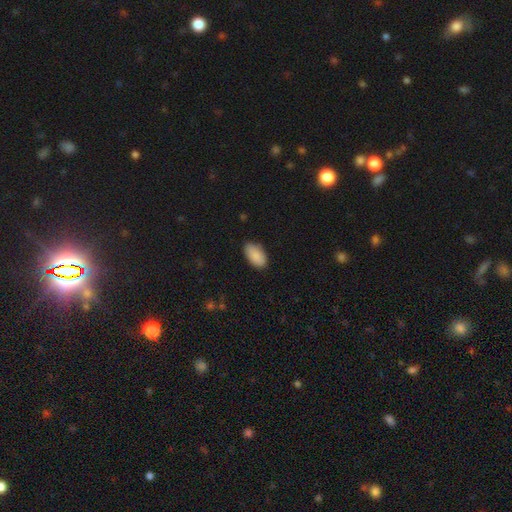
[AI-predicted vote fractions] Overall: smooth (89%). How rounded: in between (95%). Merging: none (85%).